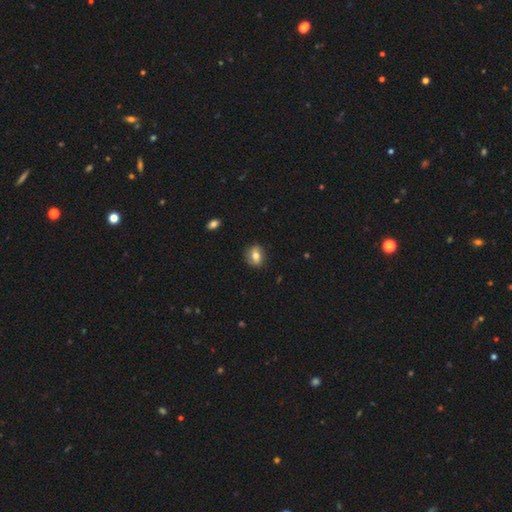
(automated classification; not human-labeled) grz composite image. It shows a smooth galaxy with no disk features (70%) that is round (51%). Merging: none (84%).